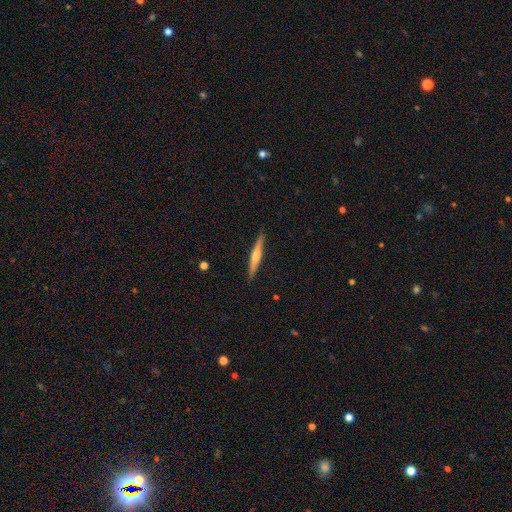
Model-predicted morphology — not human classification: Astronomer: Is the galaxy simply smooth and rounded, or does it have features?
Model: featured or disk — 55% (runner-up: smooth, 40%).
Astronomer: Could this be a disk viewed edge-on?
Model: yes — 97%.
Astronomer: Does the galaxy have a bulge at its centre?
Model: rounded — 71%.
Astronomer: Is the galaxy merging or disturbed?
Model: none — 91%.